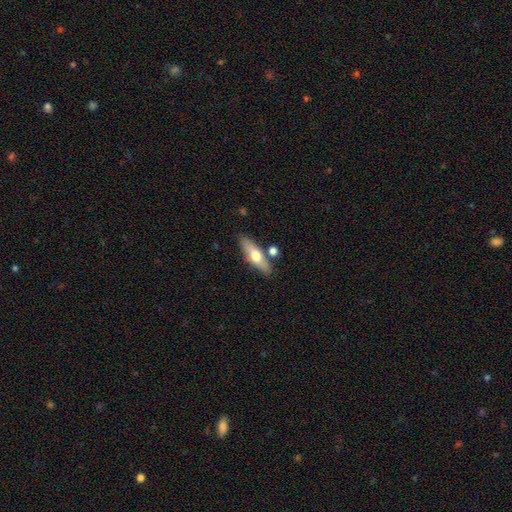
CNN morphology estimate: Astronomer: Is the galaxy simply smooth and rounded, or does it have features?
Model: smooth — 56% (runner-up: featured or disk, 39%).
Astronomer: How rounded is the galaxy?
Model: cigar-shaped — 53% (runner-up: in between, 43%).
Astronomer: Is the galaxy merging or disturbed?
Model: none — 77%.